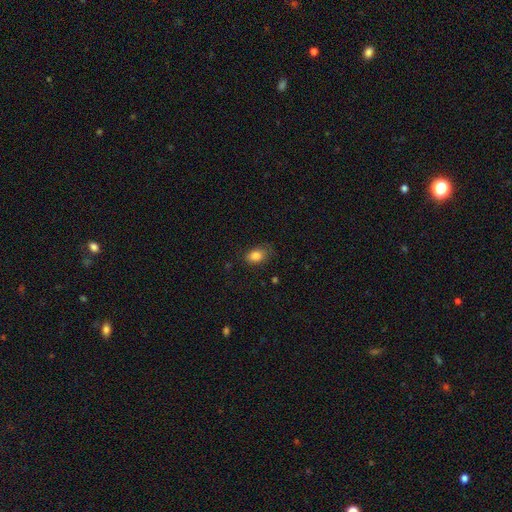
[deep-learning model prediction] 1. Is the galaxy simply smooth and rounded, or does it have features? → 84% smooth, 9% star or artifact, 7% featured or disk.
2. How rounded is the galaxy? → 81% in between, 18% round, 1% cigar-shaped.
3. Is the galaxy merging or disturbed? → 73% none, 21% minor disturbance, 5% major disturbance, 1% merger.